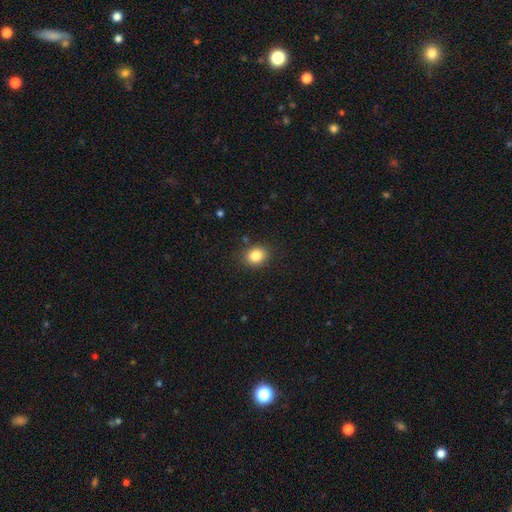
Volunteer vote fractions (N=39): smooth_or_featured: smooth (p=0.92) [alt: star or artifact p=0.08]
how_rounded: round (p=0.61) [alt: in between p=0.39]
merging: none (p=0.83) [alt: minor disturbance p=0.17]